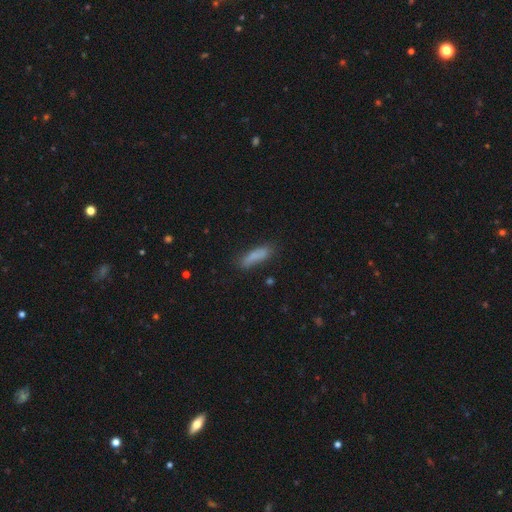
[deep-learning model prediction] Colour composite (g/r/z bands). It shows a smooth galaxy with no disk features (82%) that is cigar-shaped (68%). Merging: none (76%).